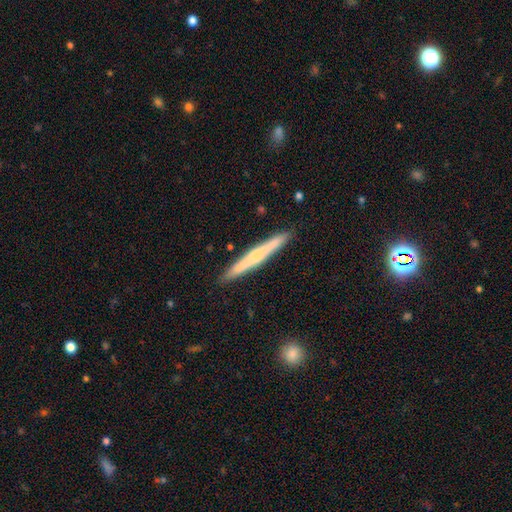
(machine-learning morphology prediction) The model was most divided on "smooth or featured": featured or disk: 48%, smooth: 46%, star or artifact: 6%. More confident: merging — none (91%).